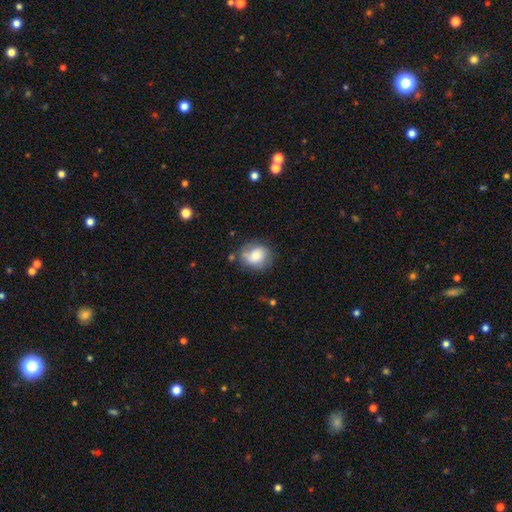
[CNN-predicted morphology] This is likely a smooth galaxy (64%). How rounded: likely round (71%). Merging: likely none (67%).